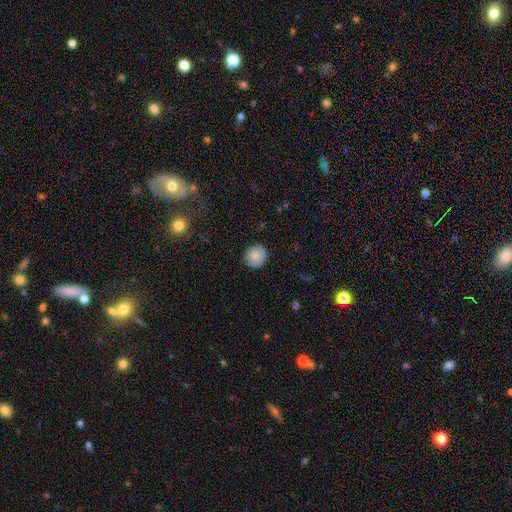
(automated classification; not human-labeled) A smooth galaxy with no disk features (82%) that is round (92%).

Vote fractions:
- Smooth or featured? smooth: 82% / featured or disk: 10% / star or artifact: 8%
- How rounded? round: 92% / in between: 8% / cigar-shaped: 1%
- Merging? none: 85% / minor disturbance: 12% / major disturbance: 2% / merger: 1%